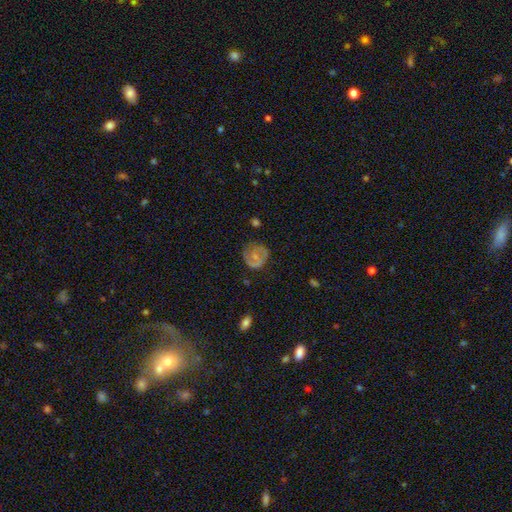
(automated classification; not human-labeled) This is possibly a featured or disk galaxy (58%). It is clearly not viewed edge-on (98%). Bar: likely no (60%). Spiral arm pattern: likely yes (80%). Central bulge: possibly small (54%). Merging: likely none (65%).